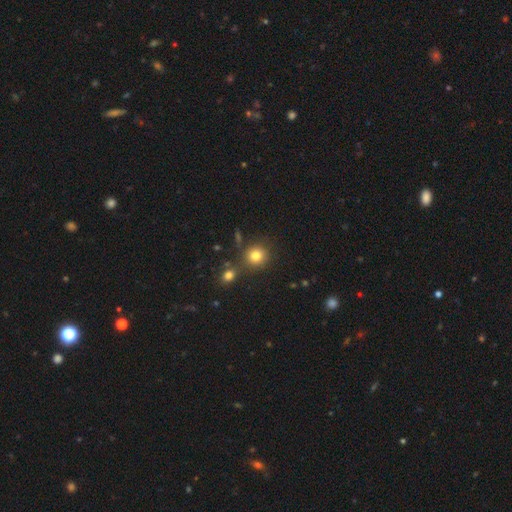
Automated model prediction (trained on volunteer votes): Smooth or featured? Predicted: smooth (p=0.80). How rounded? Predicted: round (p=0.88). Merging? Predicted: none (p=0.76).